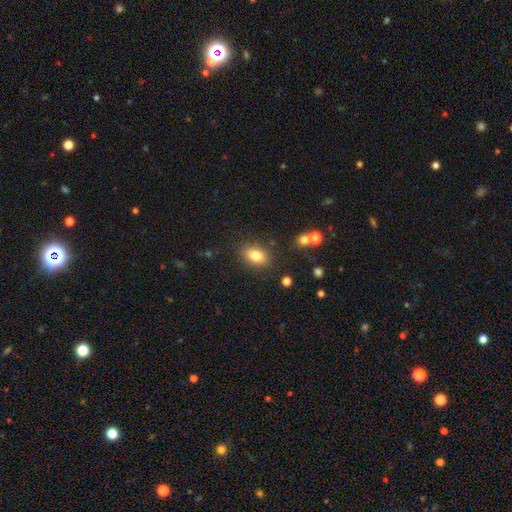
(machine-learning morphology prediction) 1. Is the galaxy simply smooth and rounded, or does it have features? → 80% smooth, 10% featured or disk, 9% star or artifact.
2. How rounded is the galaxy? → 82% in between, 16% round, 2% cigar-shaped.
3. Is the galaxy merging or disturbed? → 84% none, 10% minor disturbance, 3% major disturbance, 2% merger.